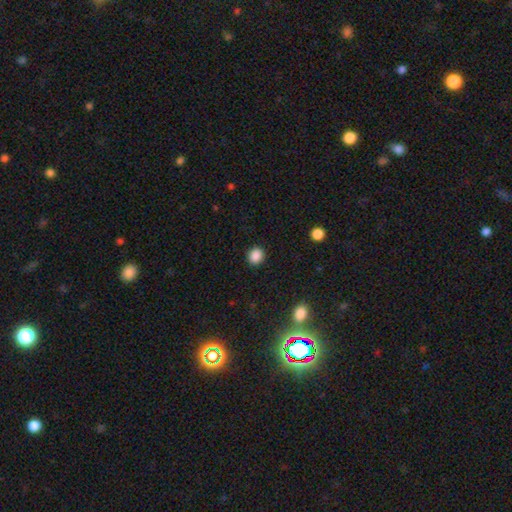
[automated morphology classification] This appears to be a smooth galaxy with no disk features (88%) that is round (77%). Merging: none (90%).